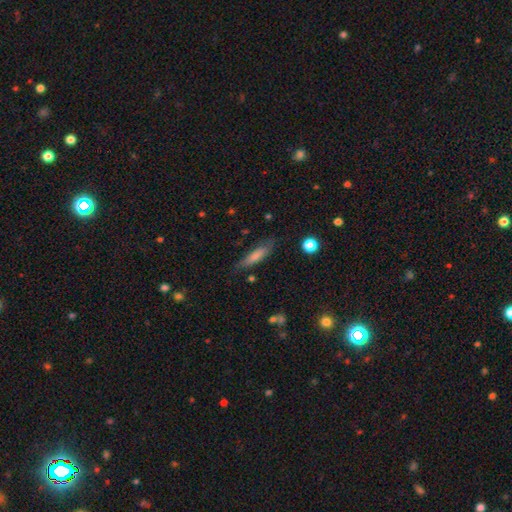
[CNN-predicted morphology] The model was most divided on "how rounded": cigar-shaped: 72%, in between: 26%, round: 2%. More confident: merging — none (74%); smooth or featured — smooth (73%).